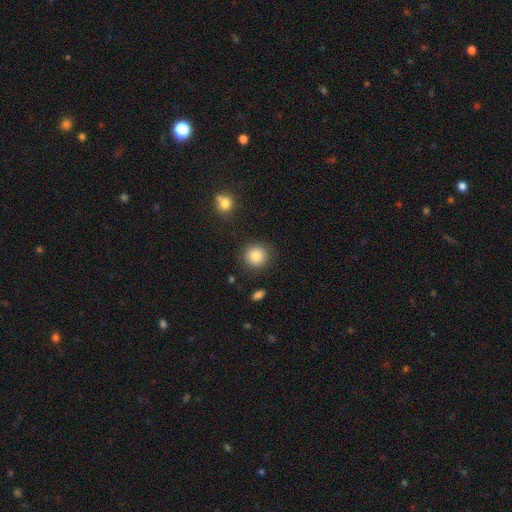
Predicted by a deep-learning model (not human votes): A smooth galaxy with no disk features (86%) that is round (92%).

Vote fractions:
- Smooth or featured? smooth: 86% / star or artifact: 9% / featured or disk: 5%
- How rounded? round: 92% / in between: 7% / cigar-shaped: 1%
- Merging? none: 88% / minor disturbance: 7% / major disturbance: 3% / merger: 2%